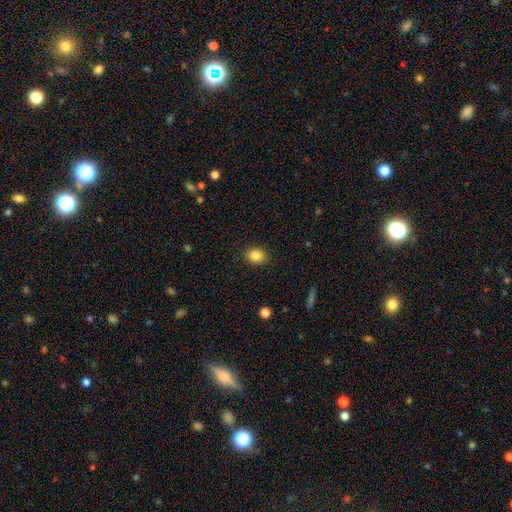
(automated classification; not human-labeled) Smooth or featured: smooth — 85% (star or artifact — 9%)
How rounded: in between — 56% (round — 43%)
Merging: none — 89% (minor disturbance — 8%)